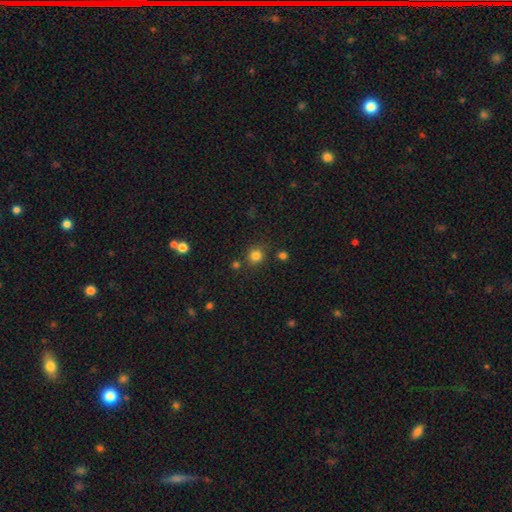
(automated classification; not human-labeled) The model was most divided on "smooth or featured": smooth: 80%, star or artifact: 15%, featured or disk: 5%. More confident: how rounded — round (89%); merging — none (80%).